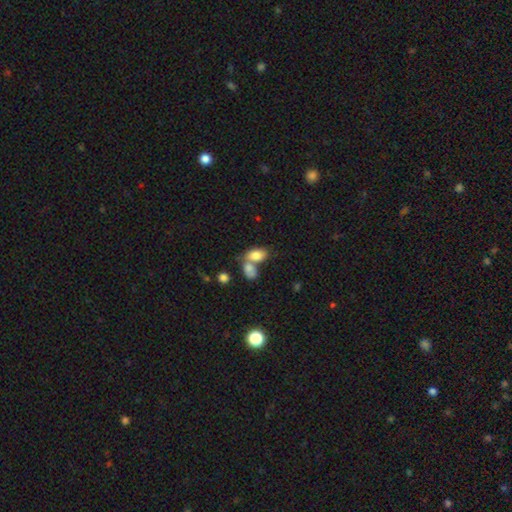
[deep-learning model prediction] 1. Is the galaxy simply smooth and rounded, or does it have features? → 80% smooth, 11% featured or disk, 9% star or artifact.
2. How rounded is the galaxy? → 89% in between, 9% round, 2% cigar-shaped.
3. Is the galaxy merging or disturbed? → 51% merger, 33% none, 10% minor disturbance, 5% major disturbance.